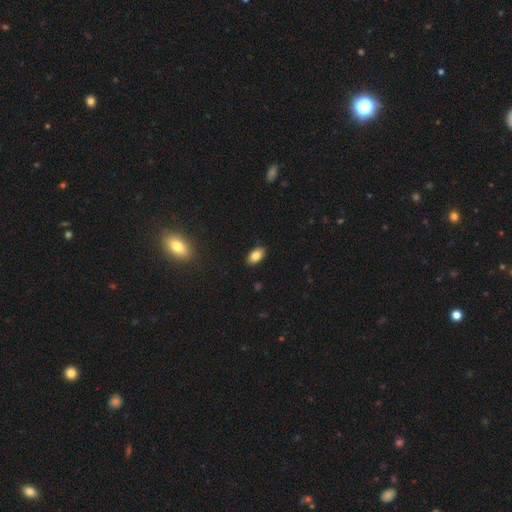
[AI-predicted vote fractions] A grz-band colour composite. It shows a smooth galaxy with no disk features (83%) that is in between round and cigar-shaped (92%). Merging: none (87%).